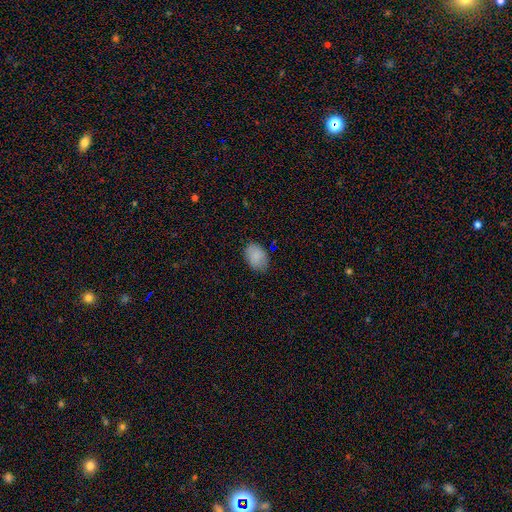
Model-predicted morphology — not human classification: smooth_or_featured: smooth (p=0.87) [alt: star or artifact p=0.07]
how_rounded: in between (p=0.82) [alt: round p=0.17]
merging: none (p=0.81) [alt: minor disturbance p=0.15]